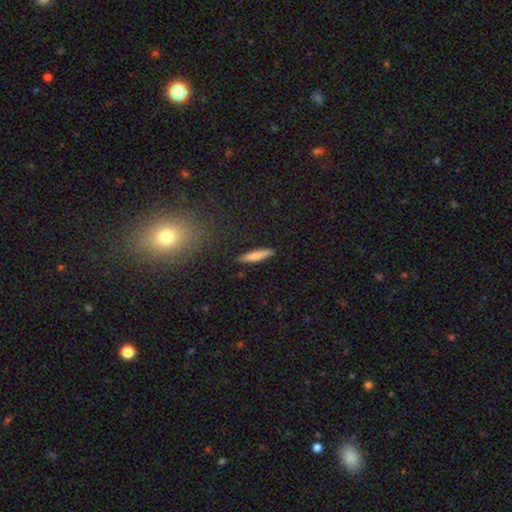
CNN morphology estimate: Smooth or featured? Predicted: smooth (p=0.76). How rounded? Predicted: cigar-shaped (p=0.87). Merging? Predicted: none (p=0.89).